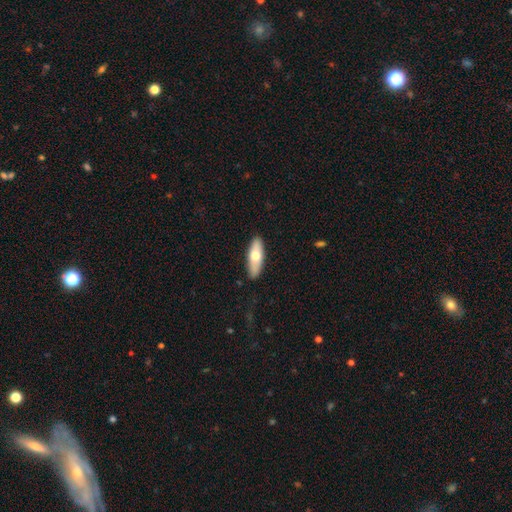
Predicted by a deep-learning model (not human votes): This is likely a smooth galaxy (64%). How rounded: likely in between (61%). Merging: clearly none (88%).